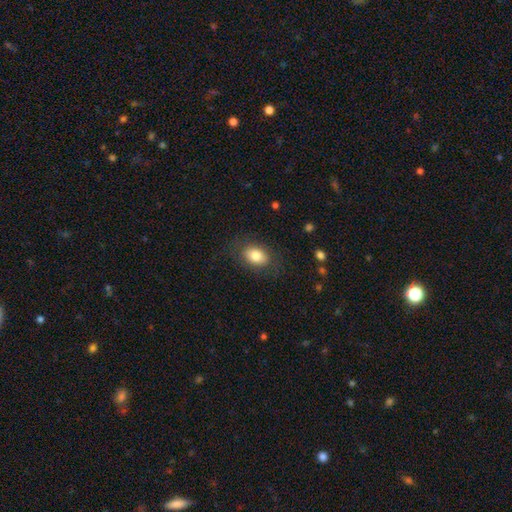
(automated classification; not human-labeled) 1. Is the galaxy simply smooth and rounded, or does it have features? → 80% smooth, 12% featured or disk, 8% star or artifact.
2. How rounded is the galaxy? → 82% in between, 17% round, 1% cigar-shaped.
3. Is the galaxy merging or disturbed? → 80% none, 13% minor disturbance, 6% major disturbance, 1% merger.